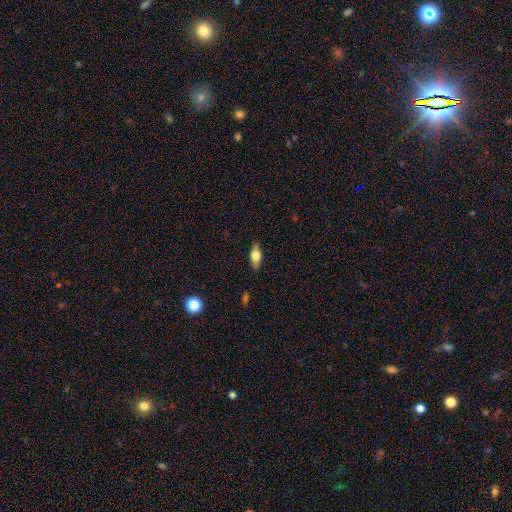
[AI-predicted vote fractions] Overall: smooth (66%; featured or disk 26%). How rounded: in between (79%). Merging: none (84%).